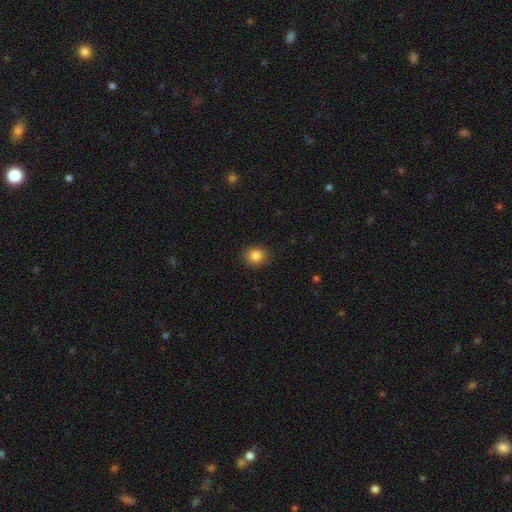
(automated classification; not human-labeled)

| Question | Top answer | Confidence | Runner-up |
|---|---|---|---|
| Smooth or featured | smooth | 85% | star or artifact (10%) |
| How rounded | round | 81% | in between (18%) |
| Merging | none | 90% | minor disturbance (7%) |